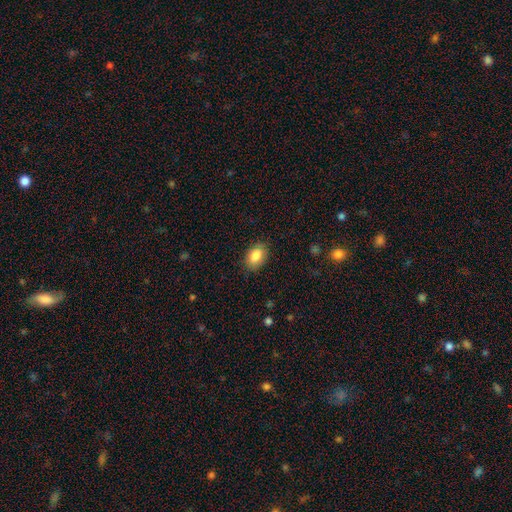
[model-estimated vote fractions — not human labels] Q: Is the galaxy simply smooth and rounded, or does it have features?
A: smooth — 86%.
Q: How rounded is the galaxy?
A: in between — 84%.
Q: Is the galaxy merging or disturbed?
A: none — 86%.